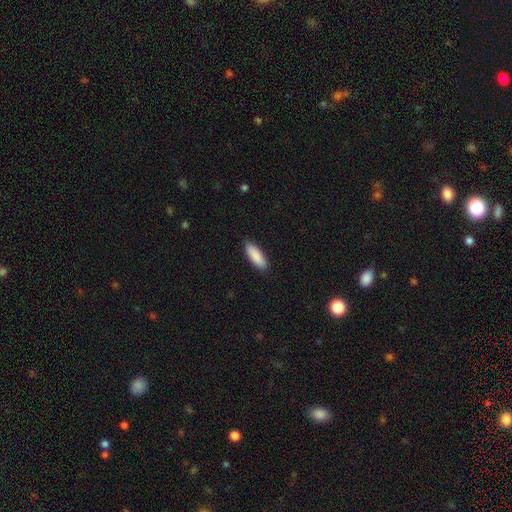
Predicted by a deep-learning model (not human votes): smooth_or_featured: smooth (p=0.90) [alt: star or artifact p=0.05]
how_rounded: in between (p=0.61) [alt: cigar-shaped p=0.37]
merging: none (p=0.89) [alt: minor disturbance p=0.08]